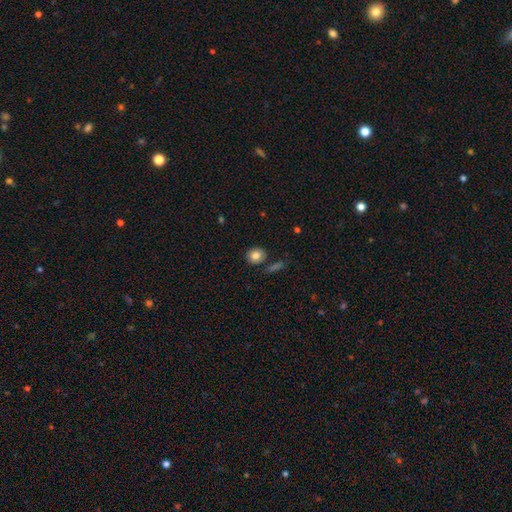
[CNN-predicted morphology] smooth-or-featured: smooth: 82% | star or artifact: 9% | featured or disk: 9%
  how-rounded: round: 79% | in between: 20% | cigar-shaped: 1%
  merging: none: 83% | minor disturbance: 9% | merger: 5% | major disturbance: 3%